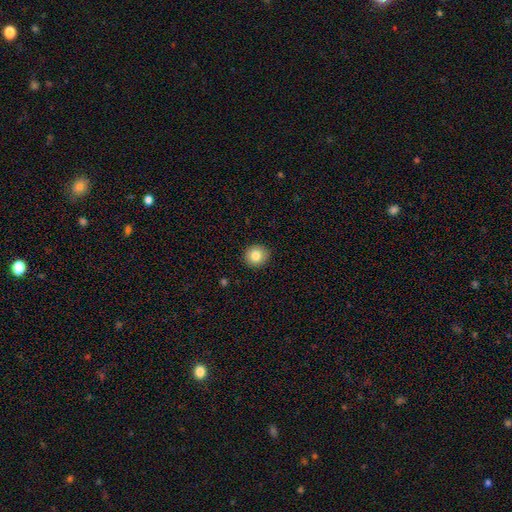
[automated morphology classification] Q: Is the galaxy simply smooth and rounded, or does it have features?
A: smooth — 83%.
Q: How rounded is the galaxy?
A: round — 91%.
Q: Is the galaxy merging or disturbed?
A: none — 92%.